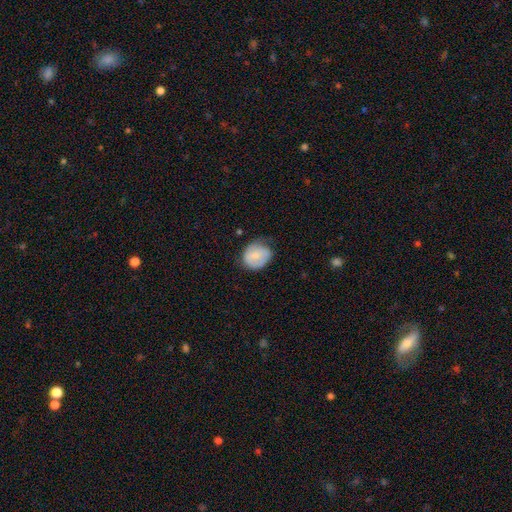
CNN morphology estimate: This is likely a smooth galaxy (65%). How rounded: likely round (66%). Merging: possibly none (49%).